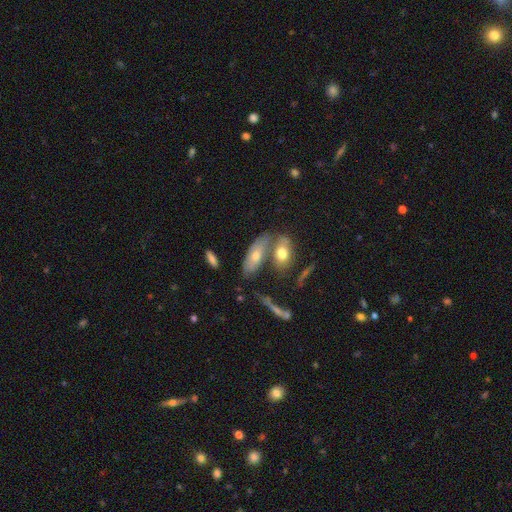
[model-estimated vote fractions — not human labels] Morphology: type=smooth (56%); roundness=in between (72%); merging=none (56%).